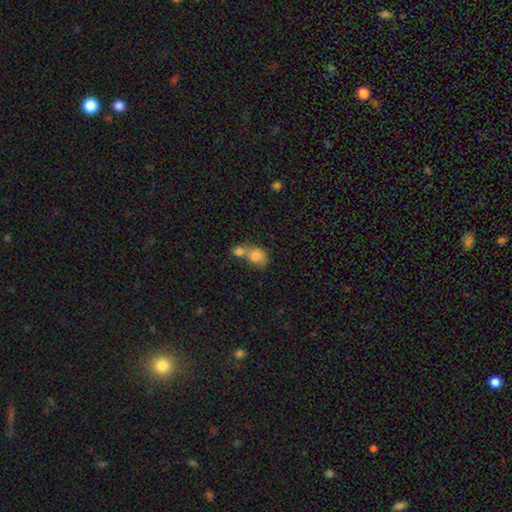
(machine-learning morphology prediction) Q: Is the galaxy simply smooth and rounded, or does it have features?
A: smooth — 80%.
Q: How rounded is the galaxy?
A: round — 57%.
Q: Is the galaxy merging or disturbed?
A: merger — 63%.